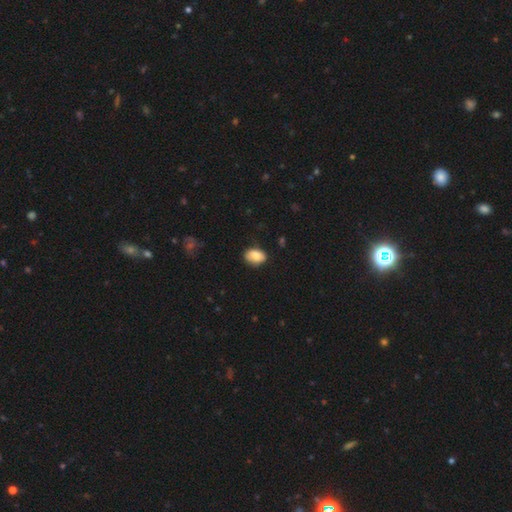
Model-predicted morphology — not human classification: A smooth galaxy with no disk features (83%) that is in between round and cigar-shaped (80%). Merging: none (75%).